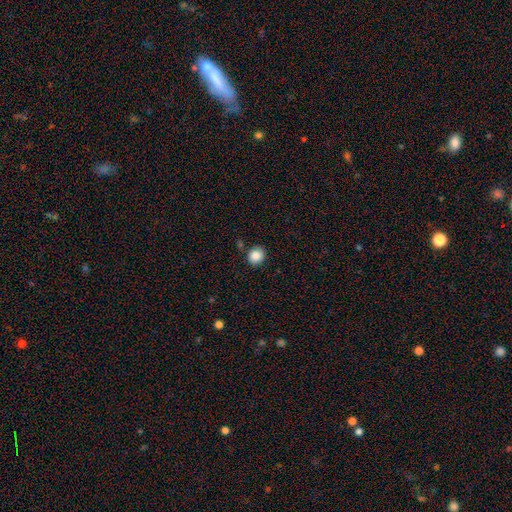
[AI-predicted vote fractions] Smooth or featured? smooth (86%)
How rounded? round (82%)
Merging? none (85%)